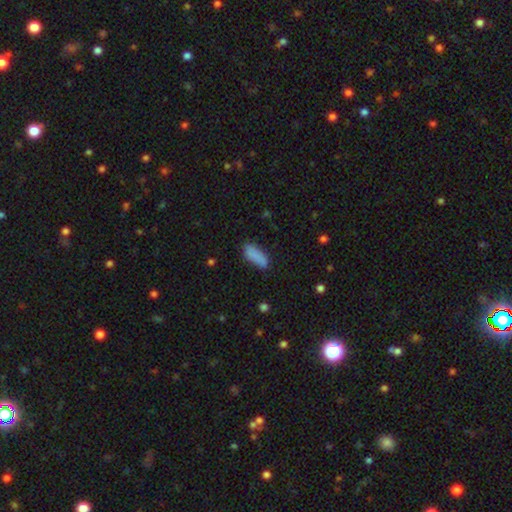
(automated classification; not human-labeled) A smooth galaxy with no disk features (87%) that is in between round and cigar-shaped (69%). Merging: none (76%).